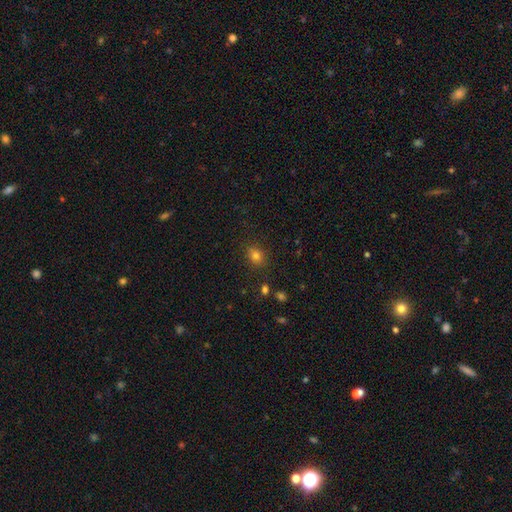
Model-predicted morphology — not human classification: Smooth or featured? smooth (77%)
How rounded? round (53%)
Merging? none (85%)